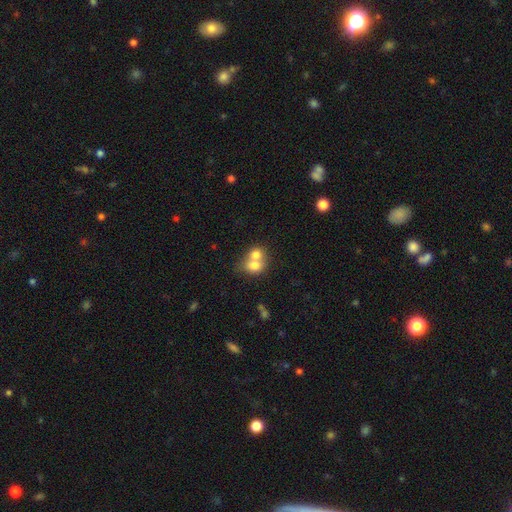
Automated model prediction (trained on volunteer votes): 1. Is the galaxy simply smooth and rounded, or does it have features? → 71% smooth, 20% featured or disk, 9% star or artifact.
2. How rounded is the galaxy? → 57% round, 42% in between, 1% cigar-shaped.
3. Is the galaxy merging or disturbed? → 71% merger, 21% none, 5% minor disturbance, 3% major disturbance.